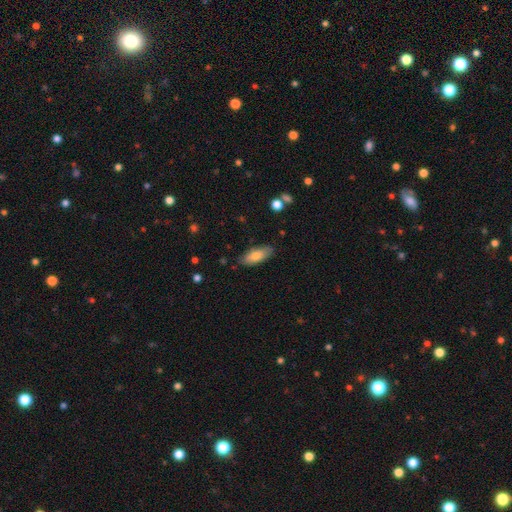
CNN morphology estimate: Smooth or featured: smooth — 77% (featured or disk — 16%)
How rounded: in between — 78% (cigar-shaped — 20%)
Merging: none — 82% (minor disturbance — 13%)